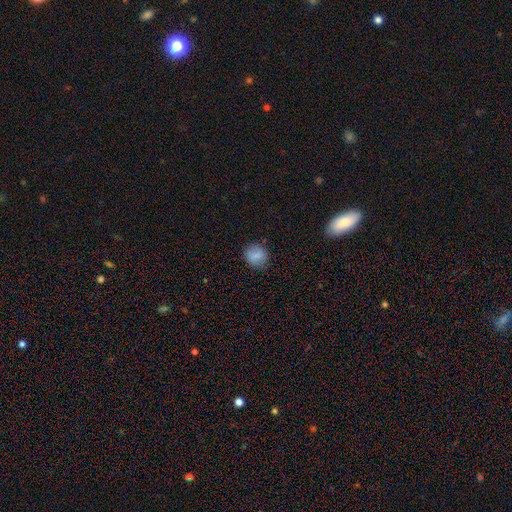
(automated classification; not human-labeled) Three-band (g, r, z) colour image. It shows a smooth galaxy with no disk features (79%) that is round (71%). Merging: none (82%).